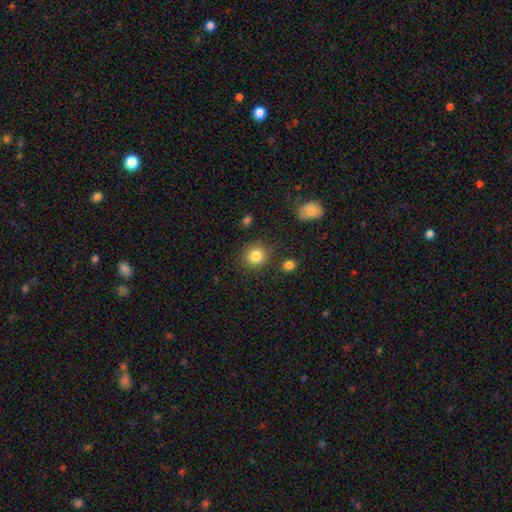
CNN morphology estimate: The model was most divided on "how rounded": round: 85%, in between: 14%, cigar-shaped: 1%. More confident: smooth or featured — smooth (84%); merging — none (83%).